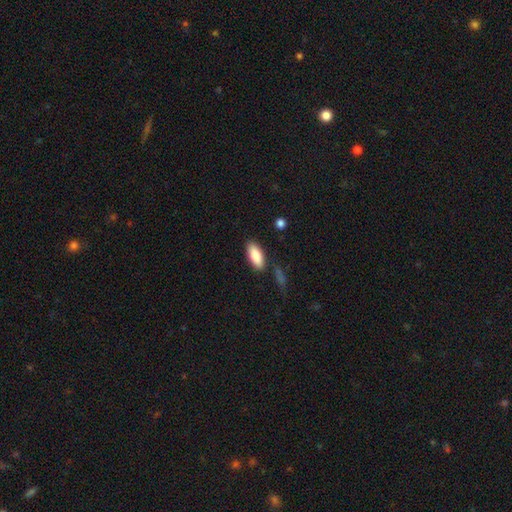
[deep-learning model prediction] Smooth or featured: smooth — 86% (featured or disk — 7%)
How rounded: in between — 83% (cigar-shaped — 15%)
Merging: none — 81% (minor disturbance — 12%)